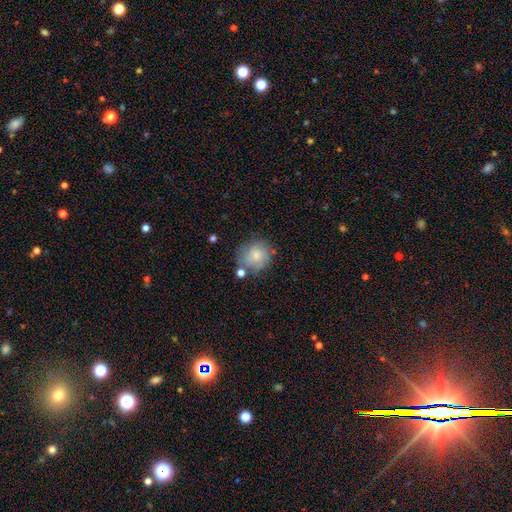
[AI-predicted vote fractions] This is likely a smooth galaxy (76%). How rounded: clearly round (80%). Merging: possibly none (59%).